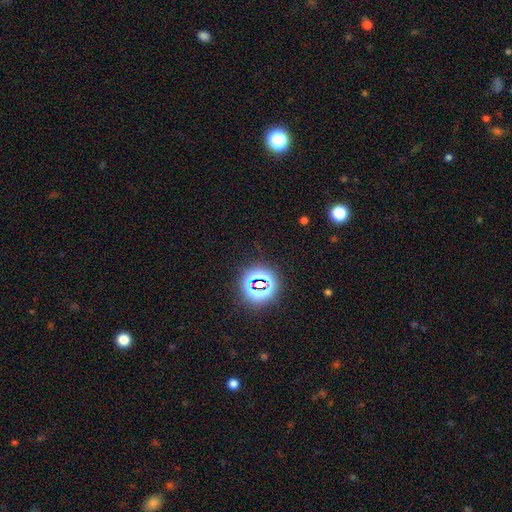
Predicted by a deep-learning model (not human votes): star or artifact 74%, smooth 18%, featured or disk 8%.